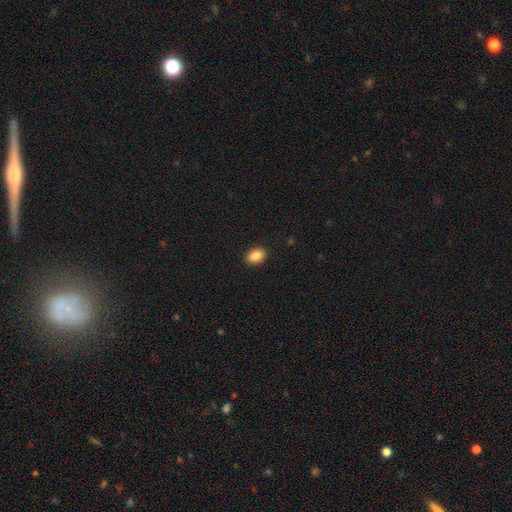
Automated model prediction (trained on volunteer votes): Morphology: type=smooth (88%); roundness=in between (83%); merging=none (90%).